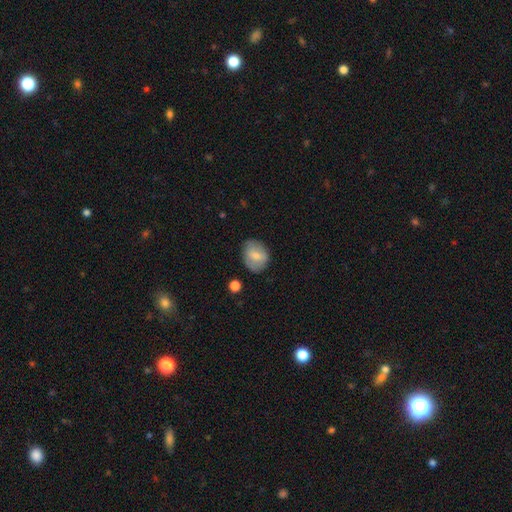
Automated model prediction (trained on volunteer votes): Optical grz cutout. It shows a smooth galaxy with no disk features (67%) that is in between round and cigar-shaped (56%). Merging: none (75%).